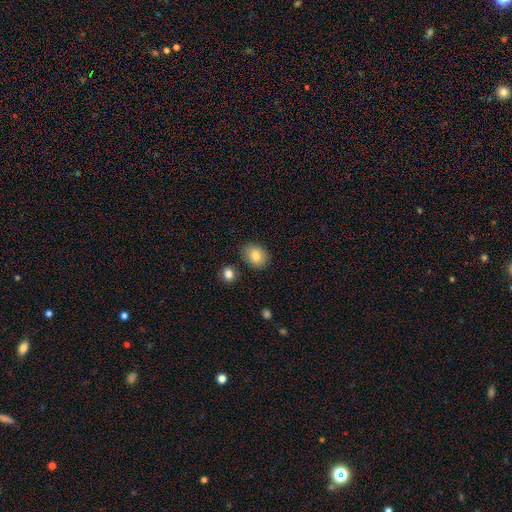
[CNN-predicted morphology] smooth_or_featured: smooth (p=0.83) [alt: featured or disk p=0.09]
how_rounded: in between (p=0.52) [alt: round p=0.47]
merging: none (p=0.83) [alt: minor disturbance p=0.11]